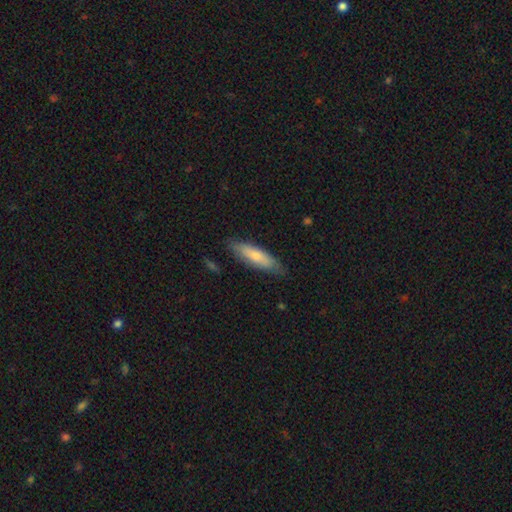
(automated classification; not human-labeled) Smooth or featured?
  - smooth: 70% *
  - featured or disk: 25%
  - star or artifact: 5%
How rounded?
  - cigar-shaped: 63% *
  - in between: 35%
  - round: 2%
Merging?
  - none: 81% *
  - minor disturbance: 15%
  - major disturbance: 3%
  - merger: 1%